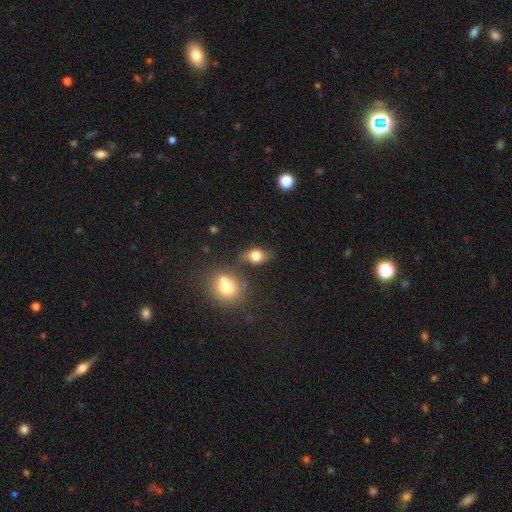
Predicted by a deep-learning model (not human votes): smooth 67%, featured or disk 22%, star or artifact 11%. Down the decision tree: how rounded — in between (73%); merging — none (62%).